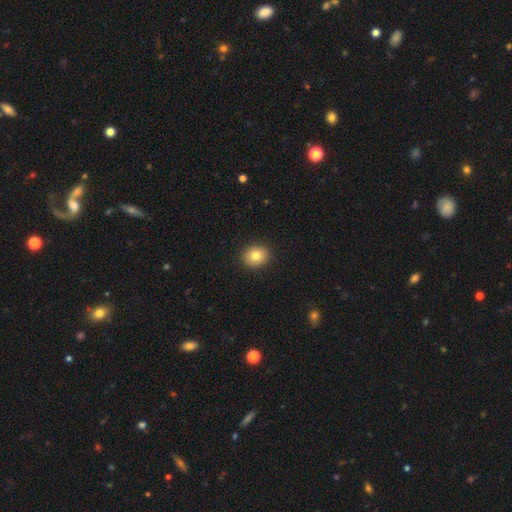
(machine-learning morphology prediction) type=smooth (80%); roundness=round (75%); merging=none (92%).